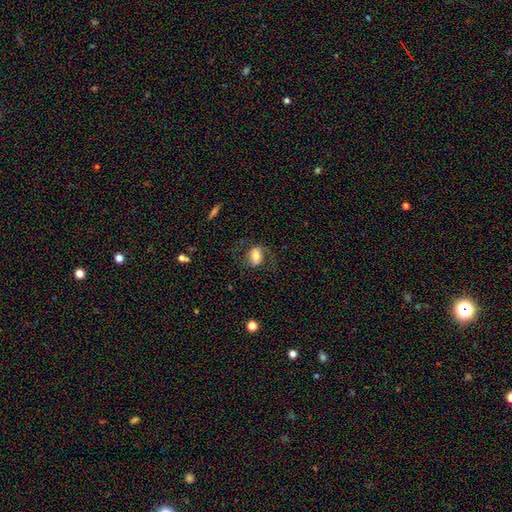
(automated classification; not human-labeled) This is possibly a smooth galaxy (52%). How rounded: likely in between (76%). Merging: likely none (65%).